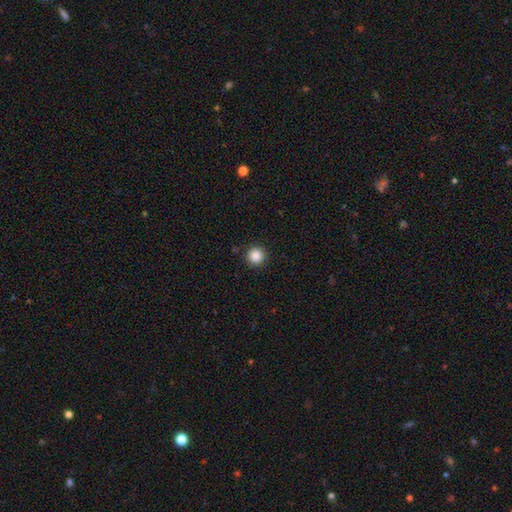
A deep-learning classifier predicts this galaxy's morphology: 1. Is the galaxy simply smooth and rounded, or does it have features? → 87% smooth, 10% star or artifact, 3% featured or disk.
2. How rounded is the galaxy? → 95% round, 4% in between, 1% cigar-shaped.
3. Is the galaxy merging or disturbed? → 91% none, 5% minor disturbance, 2% major disturbance, 1% merger.